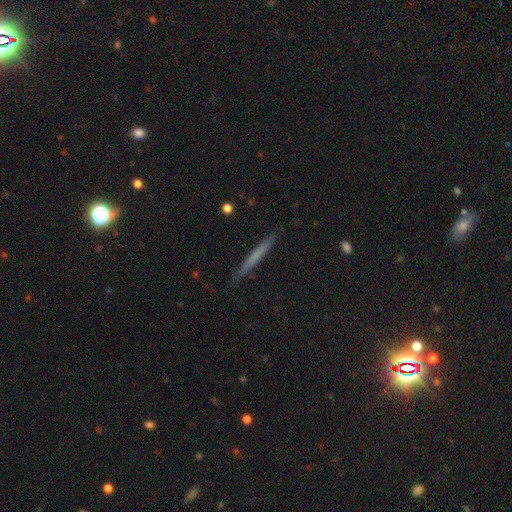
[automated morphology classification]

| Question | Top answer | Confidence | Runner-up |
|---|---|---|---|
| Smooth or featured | smooth | 57% | featured or disk (37%) |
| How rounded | cigar-shaped | 97% | in between (2%) |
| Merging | none | 90% | minor disturbance (8%) |